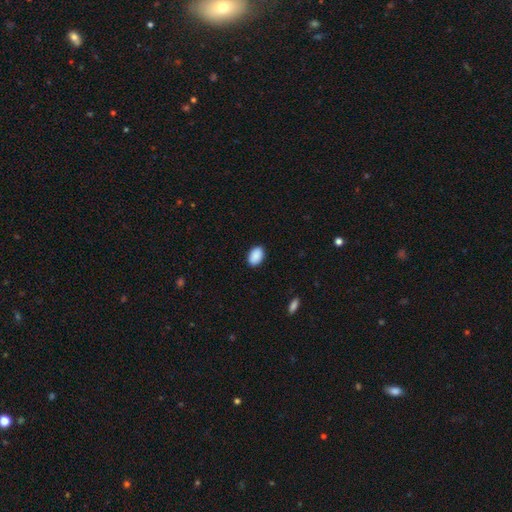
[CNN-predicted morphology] Smooth or featured?
  - smooth: 91% *
  - star or artifact: 7%
  - featured or disk: 3%
How rounded?
  - in between: 87% *
  - round: 12%
  - cigar-shaped: 1%
Merging?
  - none: 89% *
  - minor disturbance: 8%
  - major disturbance: 2%
  - merger: 1%